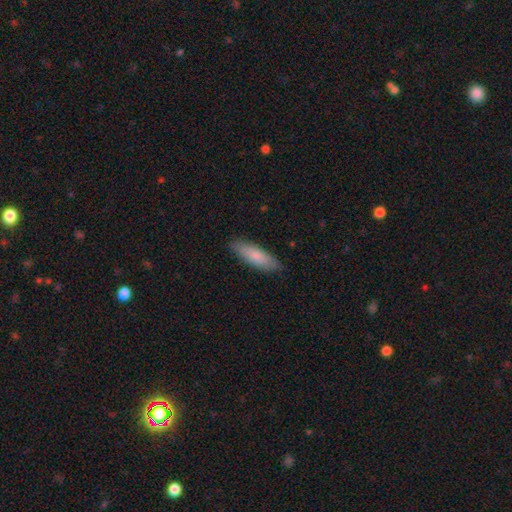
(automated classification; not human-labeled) This appears to be a smooth galaxy with no disk features (83%) that is cigar-shaped (55%). Merging: none (87%).